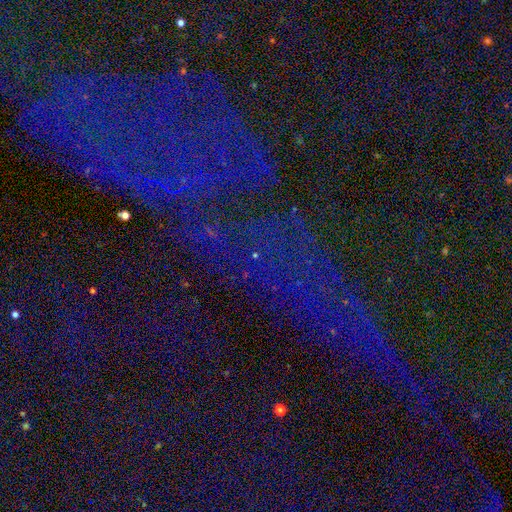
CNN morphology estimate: Smooth or featured? Predicted: star or artifact (p=0.78).